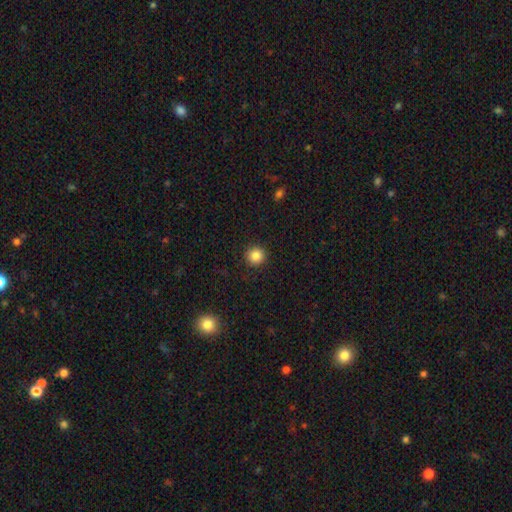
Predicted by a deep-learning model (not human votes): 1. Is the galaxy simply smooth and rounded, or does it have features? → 85% smooth, 11% star or artifact, 4% featured or disk.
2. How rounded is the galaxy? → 93% round, 6% in between, 1% cigar-shaped.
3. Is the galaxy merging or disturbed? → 91% none, 6% minor disturbance, 2% major disturbance, 1% merger.